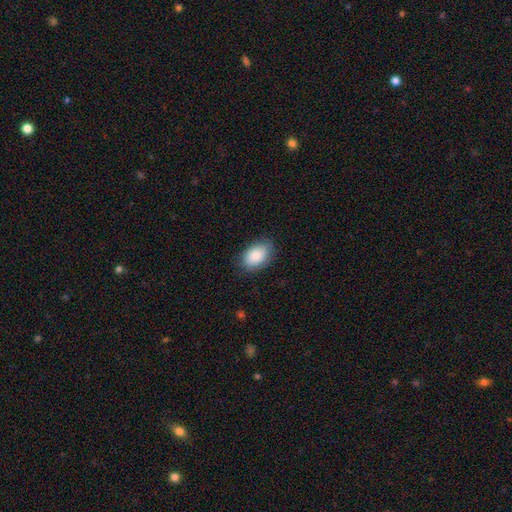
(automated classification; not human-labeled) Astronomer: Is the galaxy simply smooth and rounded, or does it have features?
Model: smooth — 84%.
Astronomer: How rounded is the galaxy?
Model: in between — 89%.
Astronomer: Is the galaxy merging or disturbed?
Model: none — 82%.